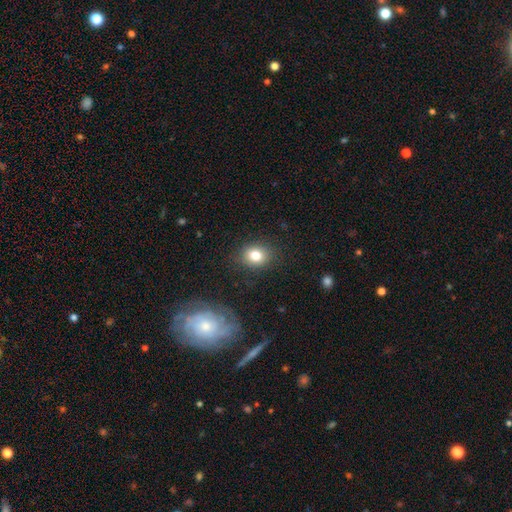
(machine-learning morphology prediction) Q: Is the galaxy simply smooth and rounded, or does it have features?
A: smooth — 80%.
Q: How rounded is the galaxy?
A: round — 60%.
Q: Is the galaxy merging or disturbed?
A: none — 85%.